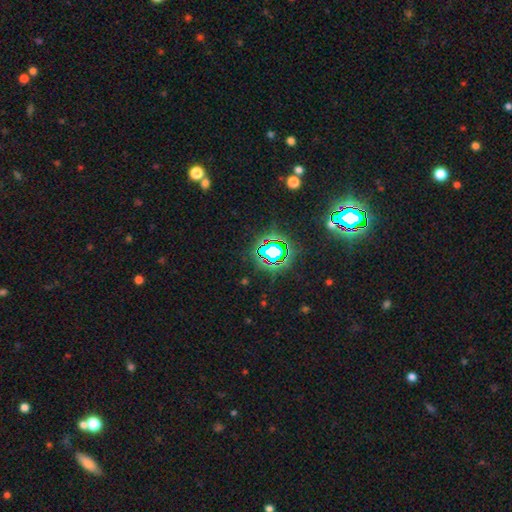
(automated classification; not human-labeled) Overall: star or artifact (82%).